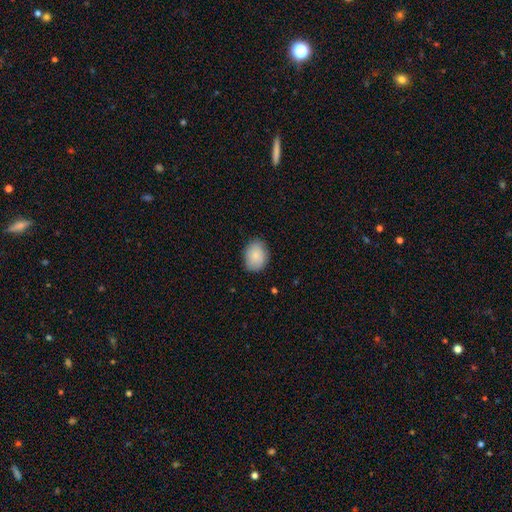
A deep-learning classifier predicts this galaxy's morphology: Smooth or featured: smooth — 86% (featured or disk — 7%)
How rounded: in between — 61% (round — 38%)
Merging: none — 83% (minor disturbance — 13%)